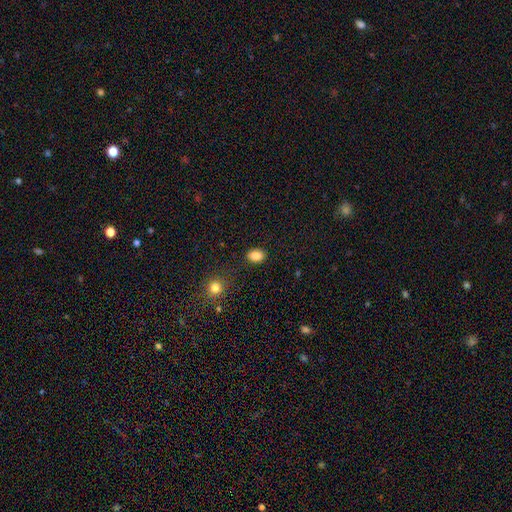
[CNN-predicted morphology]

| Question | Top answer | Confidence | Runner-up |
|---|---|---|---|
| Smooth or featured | smooth | 85% | star or artifact (9%) |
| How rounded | in between | 73% | round (25%) |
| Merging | none | 87% | minor disturbance (9%) |